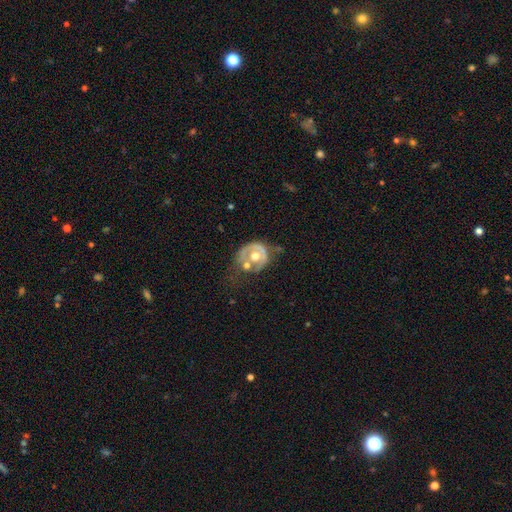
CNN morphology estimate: Q: Smooth or featured?
A: featured or disk (61%); runner-up: smooth (33%)
Q: Edge-on disk?
A: no (96%); runner-up: yes (4%)
Q: Bar?
A: no (86%); runner-up: weak (11%)
Q: Spiral arms?
A: no (68%); runner-up: yes (32%)
Q: Bulge size?
A: moderate (71%); runner-up: large (19%)
Q: Merging?
A: none (33%); runner-up: major disturbance (23%)